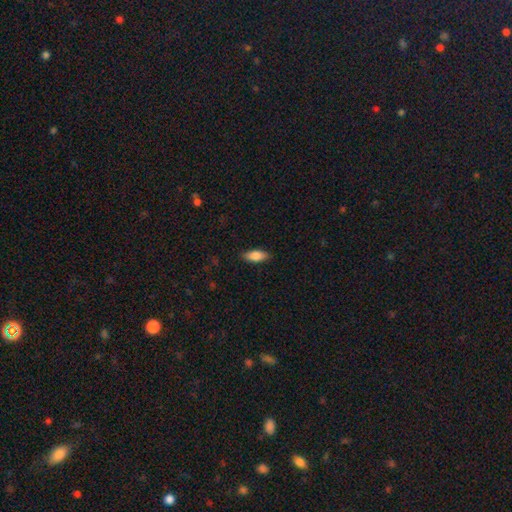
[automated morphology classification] Q: Smooth or featured?
A: smooth (83%); runner-up: featured or disk (11%)
Q: How rounded?
A: in between (80%); runner-up: cigar-shaped (18%)
Q: Merging?
A: none (87%); runner-up: minor disturbance (10%)